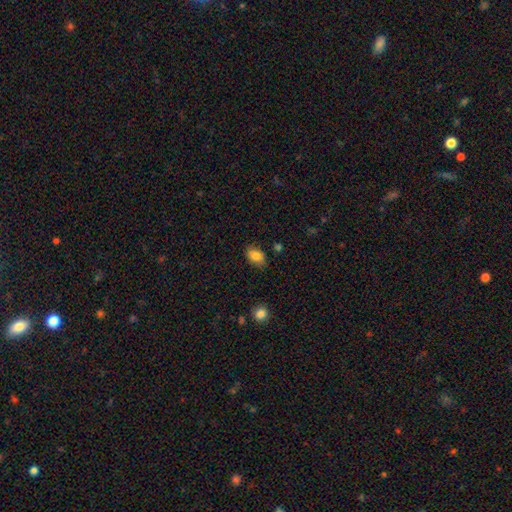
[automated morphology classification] Smooth or featured? Predicted: smooth (p=0.84). How rounded? Predicted: in between (p=0.85). Merging? Predicted: none (p=0.79).